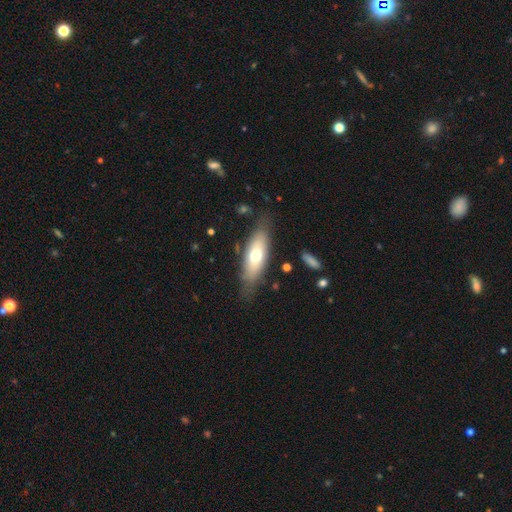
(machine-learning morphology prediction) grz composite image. It shows a smooth galaxy with no disk features (62%) that is in between round and cigar-shaped (67%). Merging: none (73%).